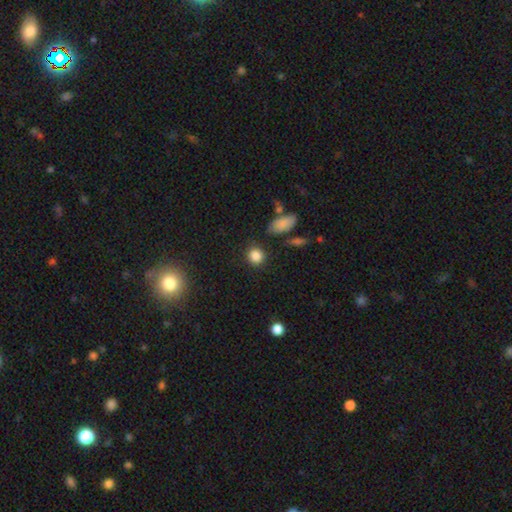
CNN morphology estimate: A smooth galaxy with no disk features (85%) that is round (85%). Merging: none (84%).